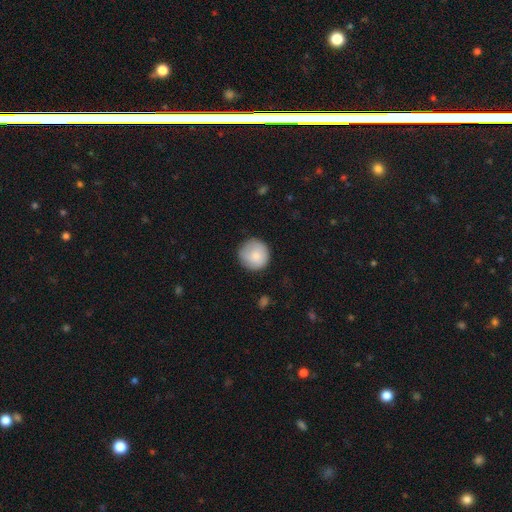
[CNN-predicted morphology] Q: Smooth or featured?
A: smooth (82%); runner-up: featured or disk (11%)
Q: How rounded?
A: round (94%); runner-up: in between (5%)
Q: Merging?
A: none (83%); runner-up: minor disturbance (13%)